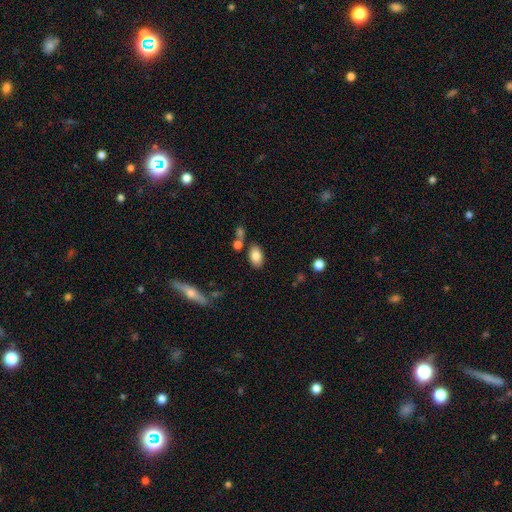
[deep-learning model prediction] A smooth galaxy with no disk features (83%) that is in between round and cigar-shaped (92%).

Vote fractions:
- Smooth or featured? smooth: 83% / featured or disk: 9% / star or artifact: 8%
- How rounded? in between: 92% / round: 7% / cigar-shaped: 2%
- Merging? none: 75% / minor disturbance: 12% / merger: 9% / major disturbance: 4%